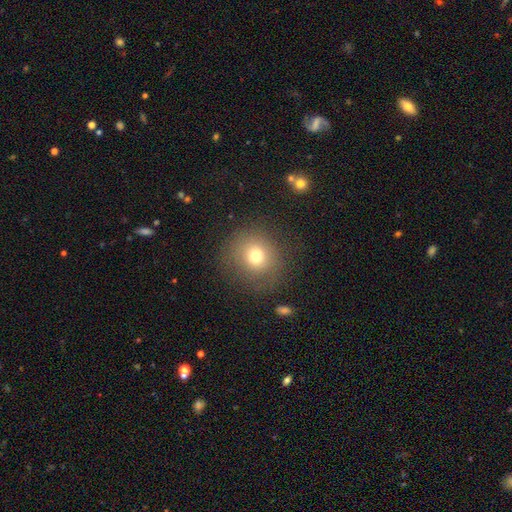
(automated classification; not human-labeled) This is likely a smooth galaxy (74%). How rounded: clearly round (87%). Merging: clearly none (80%).